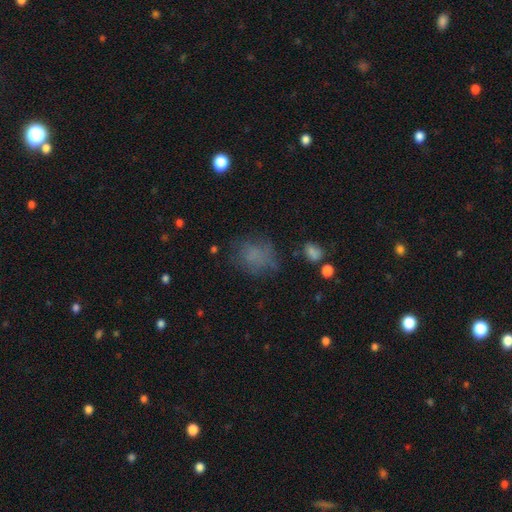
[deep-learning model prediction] Smooth or featured: smooth — 66% (featured or disk — 17%)
How rounded: round — 53% (in between — 46%)
Merging: none — 60% (minor disturbance — 22%)